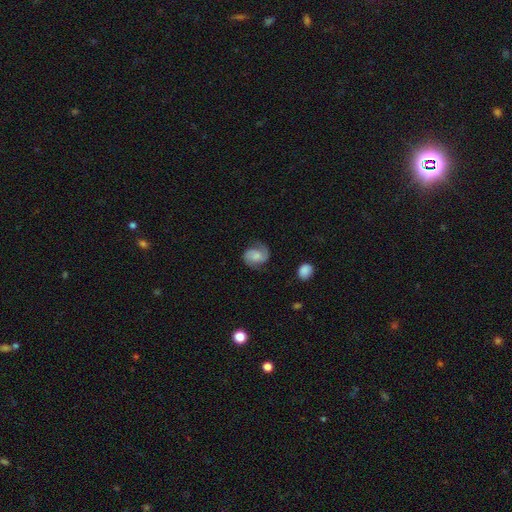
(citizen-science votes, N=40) Smooth or featured? featured or disk (85%)
Edge-on disk? no (97%)
Bar? weak (48%)
Spiral arms? yes (100%)
Spiral winding? medium (67%)
Spiral arm count? 2 (97%)
Bulge size? moderate (42%)
Merging? none (80%)